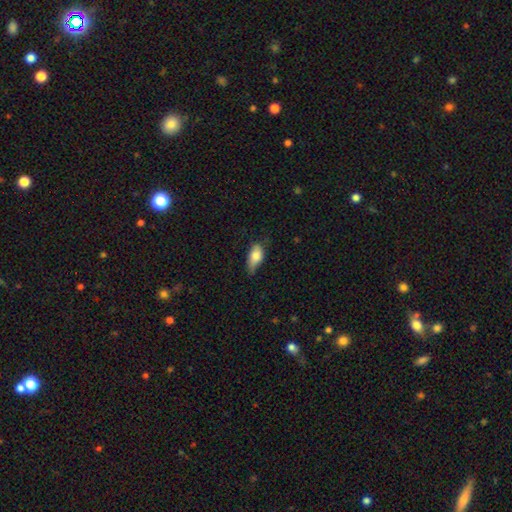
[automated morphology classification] smooth-or-featured: smooth: 78% | featured or disk: 15% | star or artifact: 7%
  how-rounded: in between: 87% | cigar-shaped: 8% | round: 5%
  merging: none: 44% | minor disturbance: 42% | major disturbance: 13% | merger: 2%